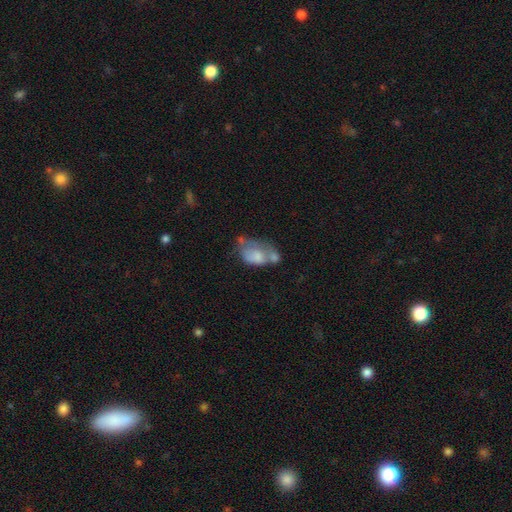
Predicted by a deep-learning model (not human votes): smooth_or_featured: smooth (p=0.59) [alt: featured or disk p=0.32]
how_rounded: in between (p=0.86) [alt: round p=0.12]
merging: merger (p=0.39) [alt: major disturbance p=0.23]